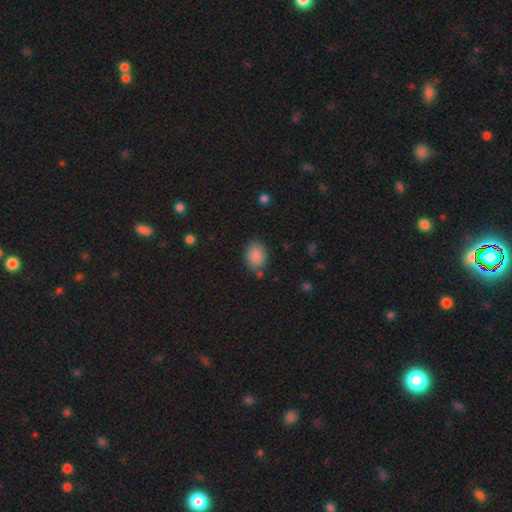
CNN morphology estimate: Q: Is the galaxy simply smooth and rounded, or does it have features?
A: smooth — 88%.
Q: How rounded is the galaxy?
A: in between — 68%.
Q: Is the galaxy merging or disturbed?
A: none — 80%.